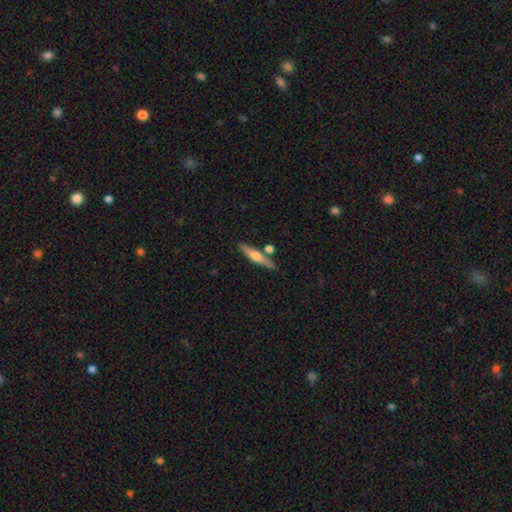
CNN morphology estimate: Smooth or featured?
  - featured or disk: 52% *
  - smooth: 42%
  - star or artifact: 6%
Edge-on disk?
  - yes: 95% *
  - no: 5%
Merging?
  - none: 79% *
  - minor disturbance: 10%
  - merger: 9%
  - major disturbance: 2%